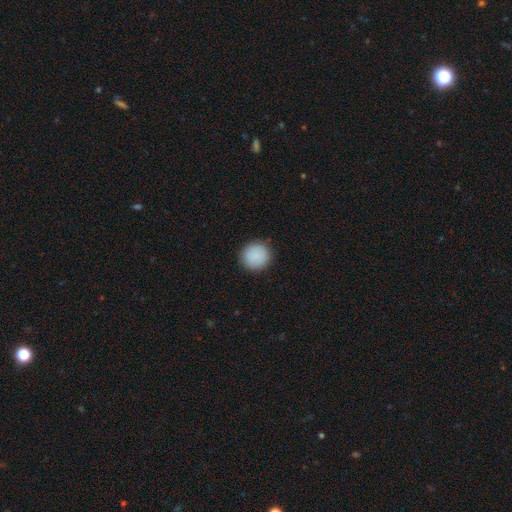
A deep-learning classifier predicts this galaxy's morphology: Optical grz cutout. It shows a smooth galaxy with no disk features (90%) that is round (94%). Merging: none (91%).